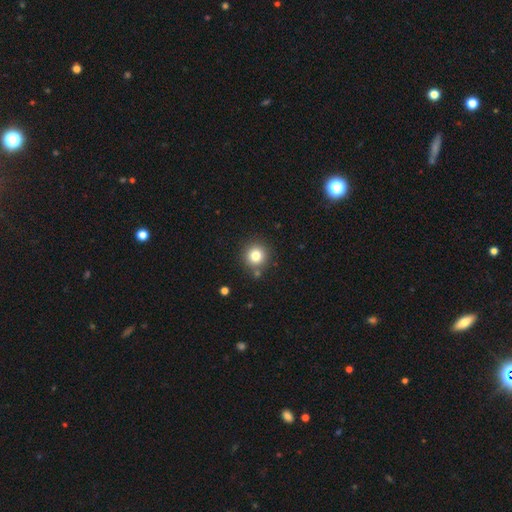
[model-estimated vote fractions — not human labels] smooth 79%, star or artifact 12%, featured or disk 8%. Down the decision tree: how rounded — round (93%); merging — none (83%).